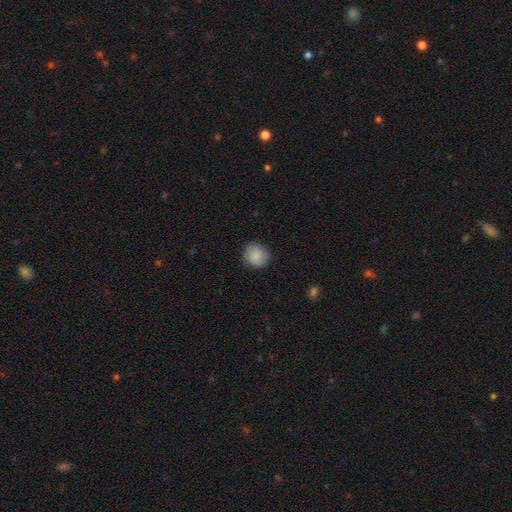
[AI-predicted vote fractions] The model was most divided on "how rounded": round: 85%, in between: 14%, cigar-shaped: 1%. More confident: smooth or featured — smooth (85%); merging — none (85%).